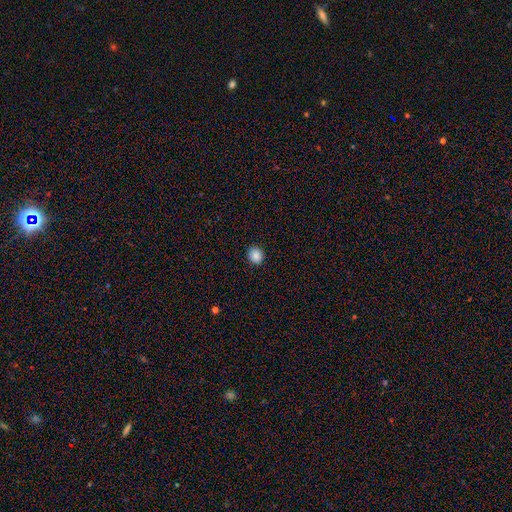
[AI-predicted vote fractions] Smooth or featured? Predicted: smooth (p=0.87). How rounded? Predicted: round (p=0.82). Merging? Predicted: none (p=0.92).